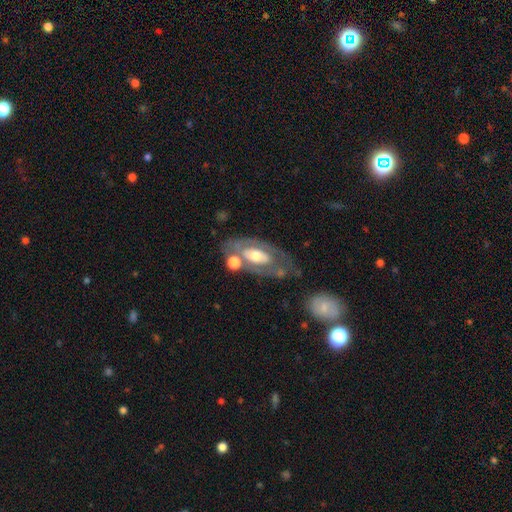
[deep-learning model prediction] smooth_or_featured: featured or disk (p=0.65) [alt: smooth p=0.29]
disk_edge_on: no (p=0.88) [alt: yes p=0.12]
bar: no (p=0.74) [alt: weak p=0.17]
has_spiral_arms: no (p=0.68) [alt: yes p=0.32]
bulge_size: moderate (p=0.60) [alt: large p=0.20]
merging: none (p=0.54) [alt: minor disturbance p=0.20]